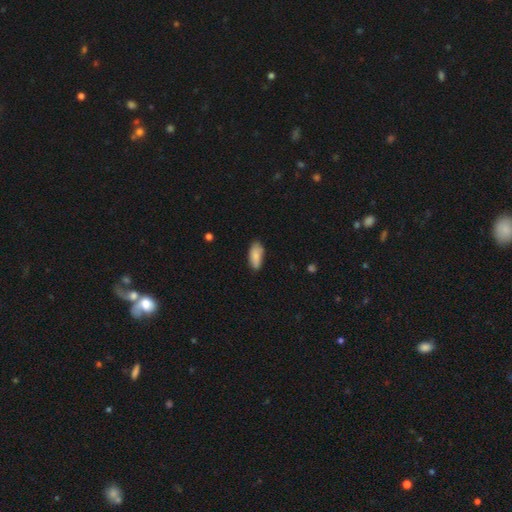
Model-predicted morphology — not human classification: Overall: smooth (86%). How rounded: in between (85%). Merging: none (80%).